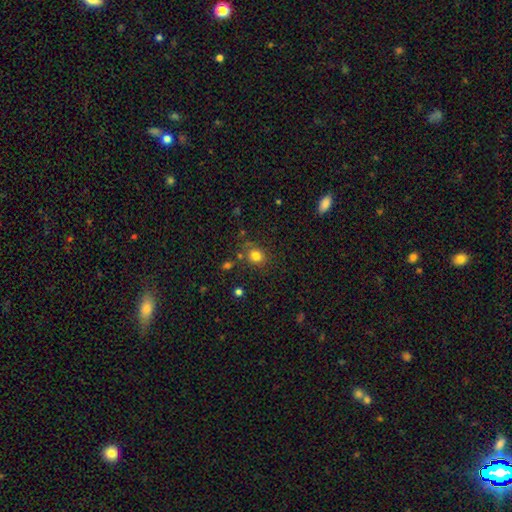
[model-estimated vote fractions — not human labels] smooth 80%, star or artifact 13%, featured or disk 7%. Down the decision tree: how rounded — round (71%); merging — none (75%).